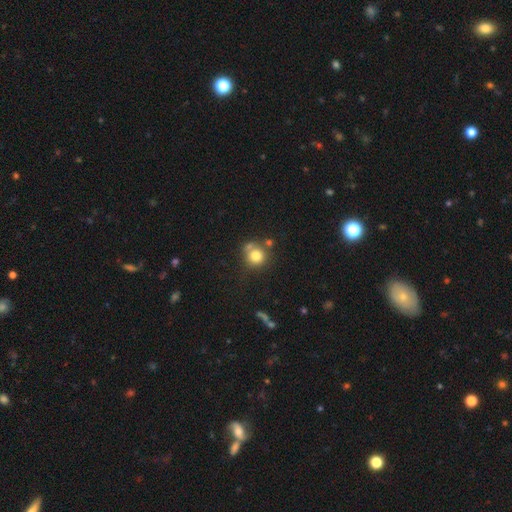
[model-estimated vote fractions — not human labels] smooth 78%, star or artifact 11%, featured or disk 10%. Down the decision tree: how rounded — round (90%); merging — none (60%).